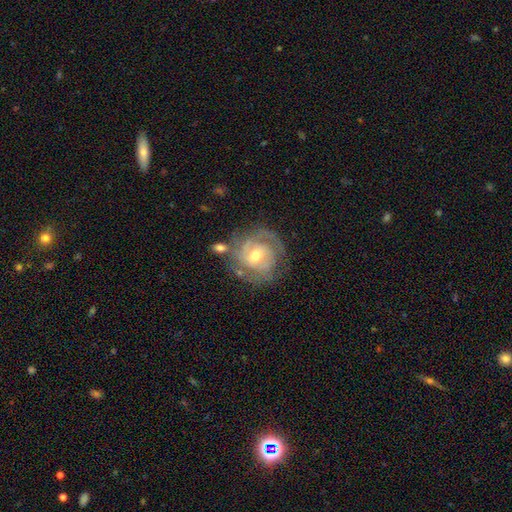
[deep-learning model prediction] This is clearly a featured or disk galaxy (82%). It is clearly not viewed edge-on (97%). Bar: possibly no (55%). Spiral arm pattern: clearly yes (92%). Spiral arm count: marginally 2 (37%). Spiral winding: likely tight (66%). Central bulge: likely moderate (67%). Merging: likely none (67%).